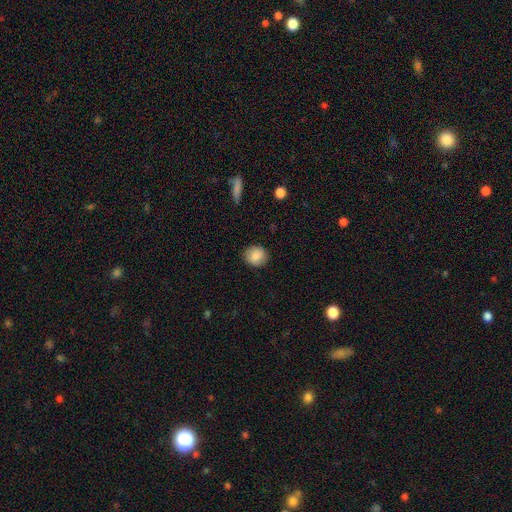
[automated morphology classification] smooth 86%, star or artifact 8%, featured or disk 6%. Down the decision tree: how rounded — round (79%); merging — none (88%).